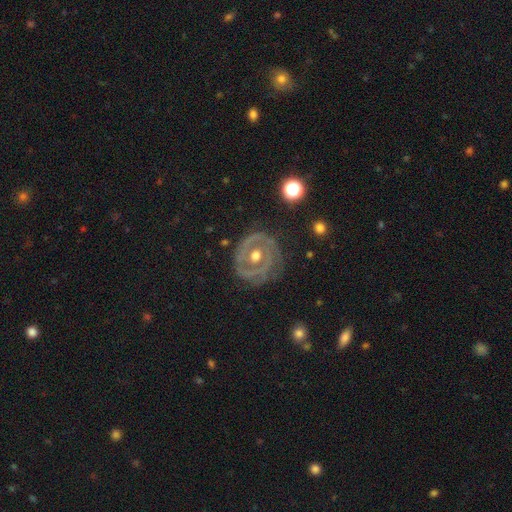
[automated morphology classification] Smooth or featured: featured or disk — 81% (smooth — 12%)
Edge-on disk: no — 97% (yes — 3%)
Bar: no — 67% (weak — 24%)
Spiral arms: yes — 78% (no — 22%)
Spiral winding: tight — 63% (medium — 28%)
Spiral arm count: 2 — 44% (can't tell — 23%)
Bulge size: moderate — 79% (small — 12%)
Merging: none — 73% (minor disturbance — 17%)